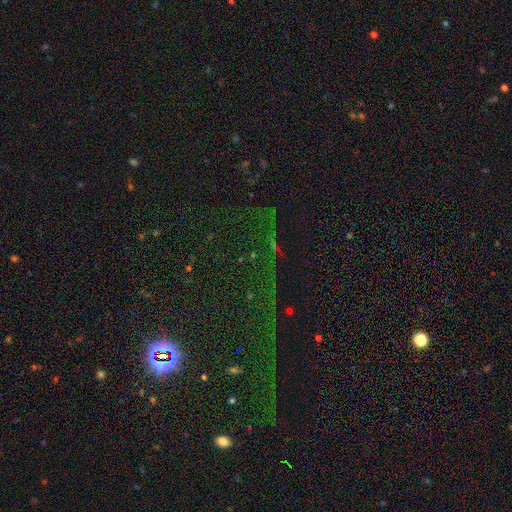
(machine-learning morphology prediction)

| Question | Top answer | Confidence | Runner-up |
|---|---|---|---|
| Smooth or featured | star or artifact | 82% | smooth (10%) |